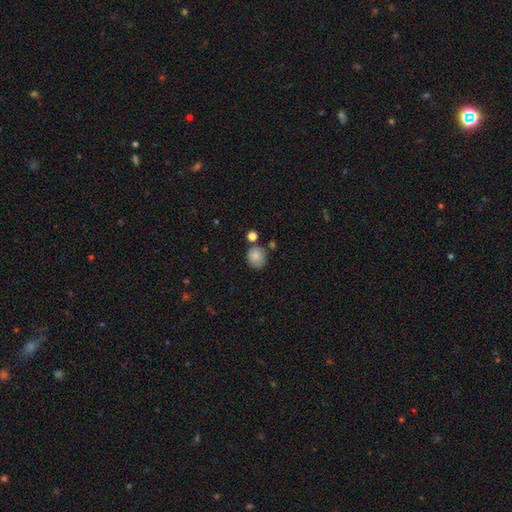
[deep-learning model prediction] smooth_or_featured: smooth (p=0.84) [alt: star or artifact p=0.09]
how_rounded: round (p=0.76) [alt: in between p=0.23]
merging: none (p=0.66) [alt: minor disturbance p=0.18]